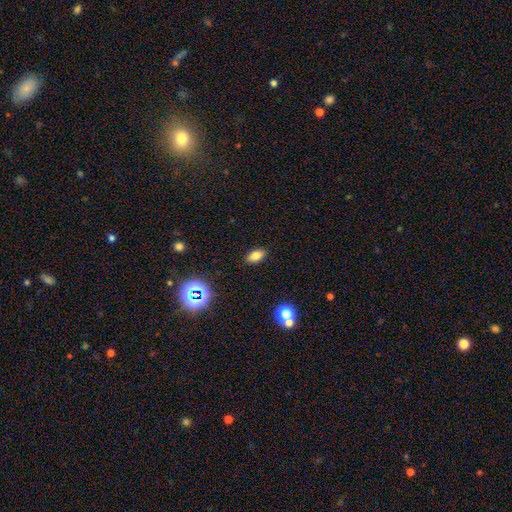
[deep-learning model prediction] Smooth or featured?
  - smooth: 79% *
  - star or artifact: 13%
  - featured or disk: 9%
How rounded?
  - in between: 89% *
  - round: 8%
  - cigar-shaped: 3%
Merging?
  - none: 89% *
  - minor disturbance: 8%
  - major disturbance: 2%
  - merger: 1%